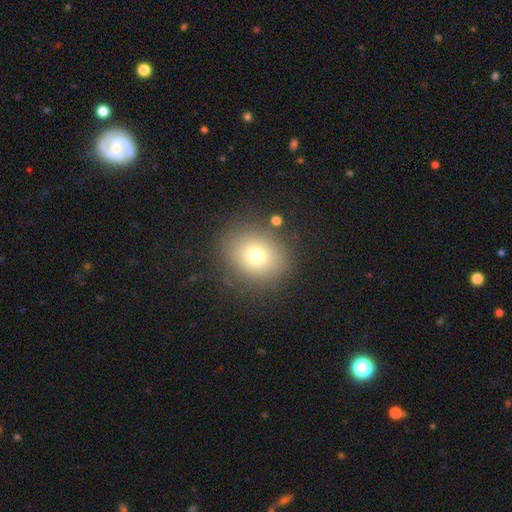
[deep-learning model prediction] A smooth galaxy with no disk features (73%) that is round (74%).

Vote fractions:
- Smooth or featured? smooth: 73% / star or artifact: 15% / featured or disk: 12%
- How rounded? round: 74% / in between: 26% / cigar-shaped: 1%
- Merging? none: 85% / minor disturbance: 9% / major disturbance: 4% / merger: 2%